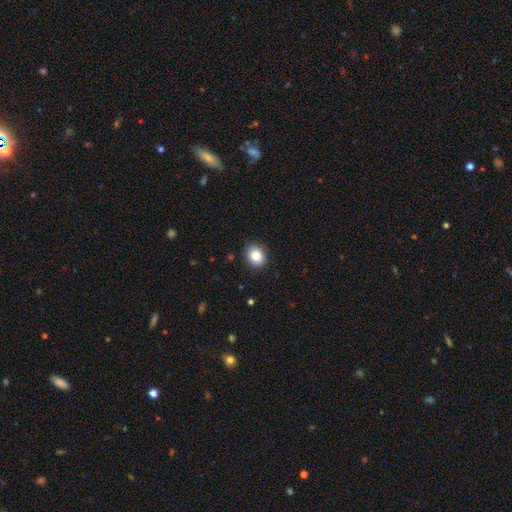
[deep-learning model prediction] Smooth or featured? Predicted: smooth (p=0.85). How rounded? Predicted: round (p=0.64). Merging? Predicted: none (p=0.88).